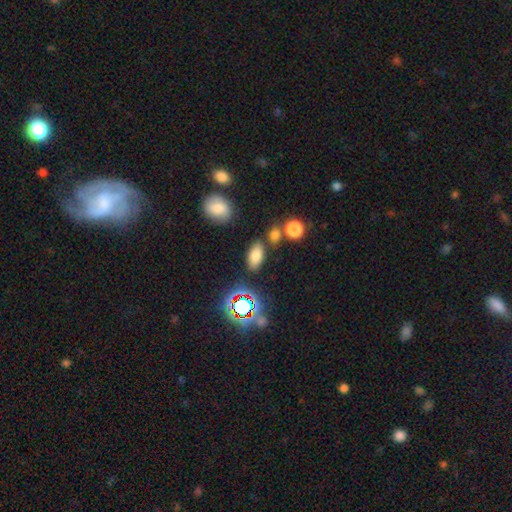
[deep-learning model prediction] This is likely a smooth galaxy (76%). How rounded: clearly in between (90%). Merging: likely none (79%).